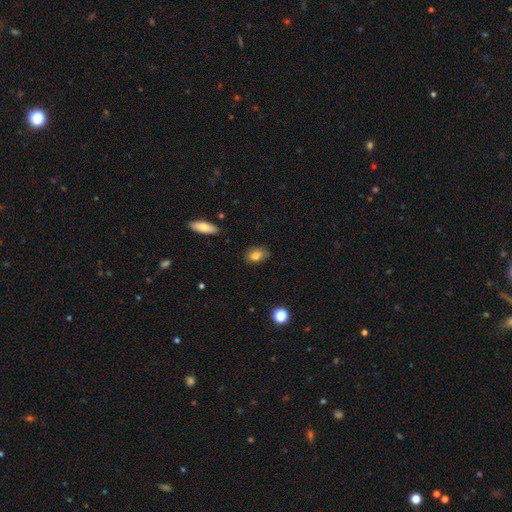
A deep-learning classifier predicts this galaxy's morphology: Smooth or featured: smooth — 82% (featured or disk — 10%)
How rounded: in between — 83% (round — 15%)
Merging: none — 77% (minor disturbance — 18%)